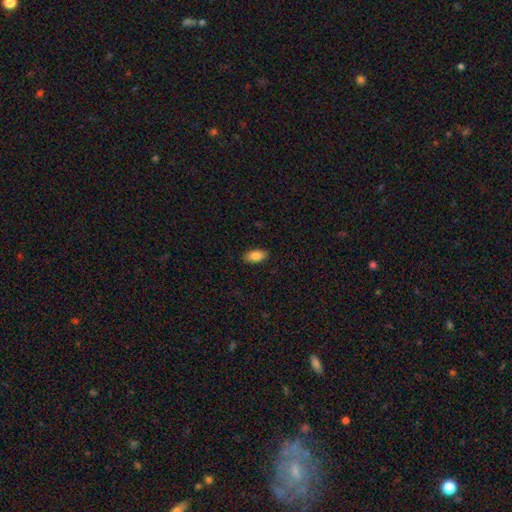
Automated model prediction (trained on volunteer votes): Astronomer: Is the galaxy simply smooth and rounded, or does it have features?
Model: smooth — 85%.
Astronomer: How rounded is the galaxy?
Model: in between — 93%.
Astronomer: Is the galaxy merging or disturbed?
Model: none — 89%.